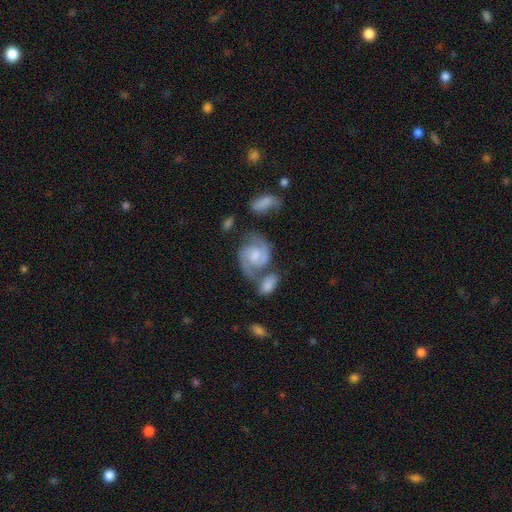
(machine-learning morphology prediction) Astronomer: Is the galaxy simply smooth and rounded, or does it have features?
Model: featured or disk — 82%.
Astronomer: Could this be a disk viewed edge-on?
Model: no — 98%.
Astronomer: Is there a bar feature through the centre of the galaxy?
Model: no — 51% (runner-up: weak, 41%).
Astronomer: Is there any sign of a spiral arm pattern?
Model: yes — 96%.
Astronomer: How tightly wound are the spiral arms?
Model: medium — 51% (runner-up: tight, 35%).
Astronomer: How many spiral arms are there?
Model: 2 — 87%.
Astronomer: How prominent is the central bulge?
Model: moderate — 45% (runner-up: small, 35%).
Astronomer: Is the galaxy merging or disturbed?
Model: none — 44% (runner-up: merger, 31%).